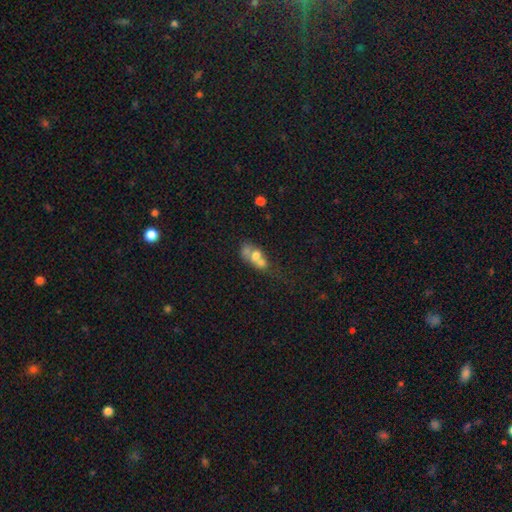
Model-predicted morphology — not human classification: This appears to be a smooth galaxy with no disk features (55%) that is in between round and cigar-shaped (61%). Merging: merger (62%).